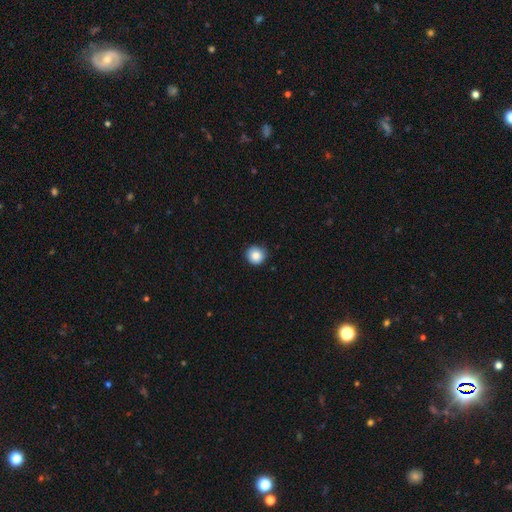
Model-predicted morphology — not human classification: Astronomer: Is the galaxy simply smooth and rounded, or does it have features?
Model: smooth — 86%.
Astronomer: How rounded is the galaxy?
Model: round — 95%.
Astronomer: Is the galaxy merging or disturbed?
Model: none — 86%.